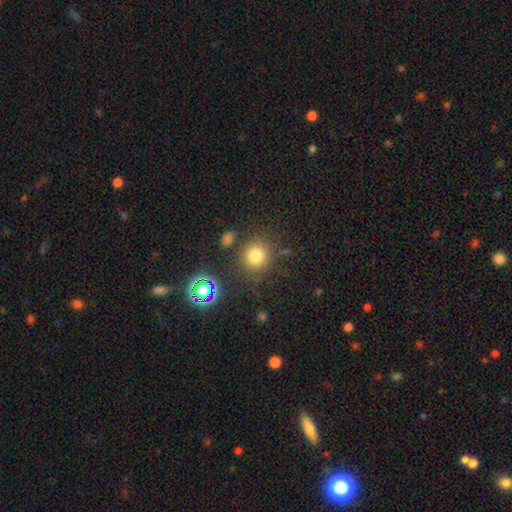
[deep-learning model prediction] Smooth or featured: smooth — 77% (star or artifact — 16%)
How rounded: round — 89% (in between — 10%)
Merging: none — 80% (minor disturbance — 10%)